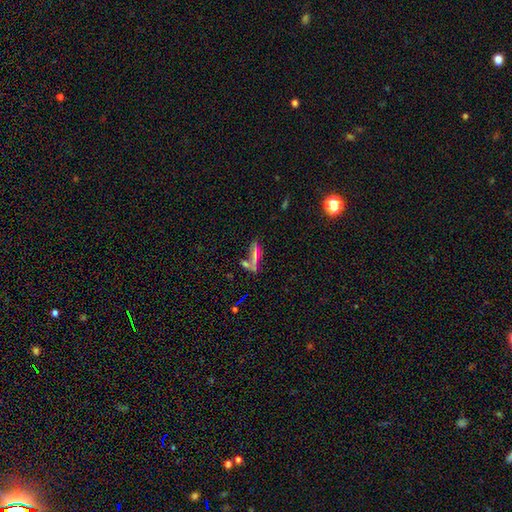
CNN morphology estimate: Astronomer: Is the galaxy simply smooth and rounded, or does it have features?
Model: smooth — 51% (runner-up: featured or disk, 31%).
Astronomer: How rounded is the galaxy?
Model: cigar-shaped — 75%.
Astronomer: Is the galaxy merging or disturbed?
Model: none — 50% (runner-up: merger, 30%).